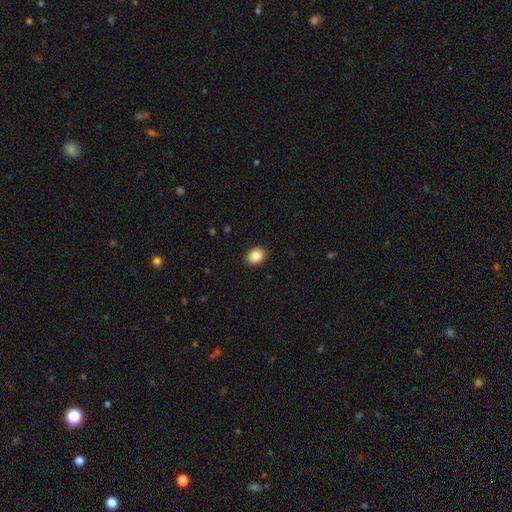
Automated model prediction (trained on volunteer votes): The model was most divided on "how rounded": in between: 56%, round: 43%, cigar-shaped: 1%. More confident: merging — none (90%); smooth or featured — smooth (88%).